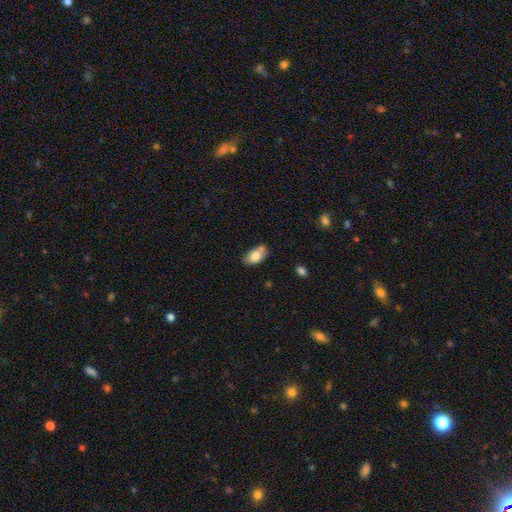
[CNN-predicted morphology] smooth 81%, featured or disk 12%, star or artifact 7%. Down the decision tree: how rounded — in between (93%); merging — none (64%).